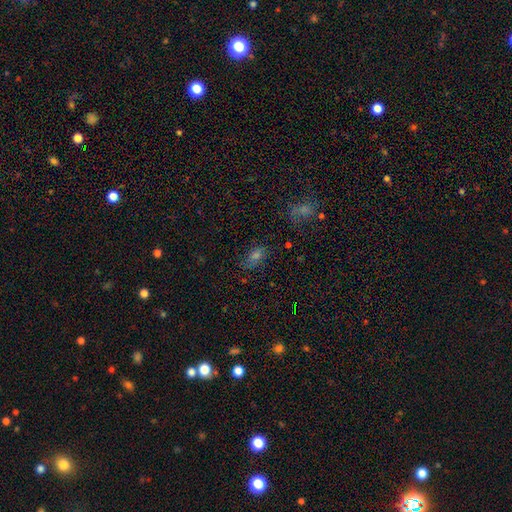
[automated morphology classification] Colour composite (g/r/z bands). It shows a smooth galaxy with no disk features (55%) that is in between round and cigar-shaped (77%). Merging: none (74%).